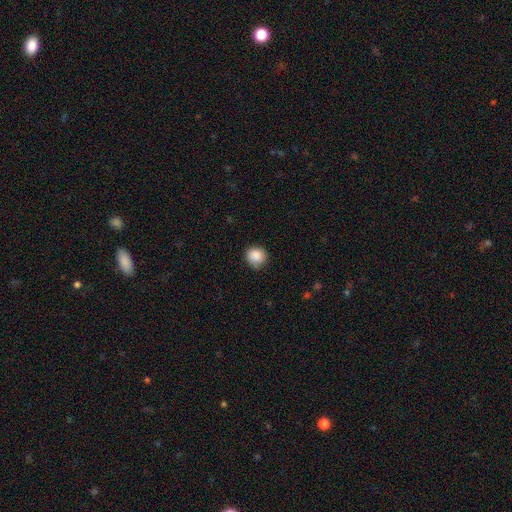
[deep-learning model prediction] smooth 88%, star or artifact 9%, featured or disk 3%. Down the decision tree: how rounded — round (88%); merging — none (80%).